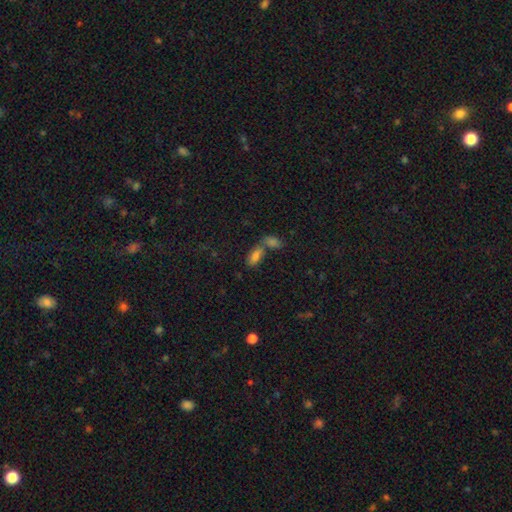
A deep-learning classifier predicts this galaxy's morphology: Smooth or featured: smooth — 79% (star or artifact — 11%)
How rounded: in between — 87% (cigar-shaped — 10%)
Merging: merger — 49% (none — 38%)